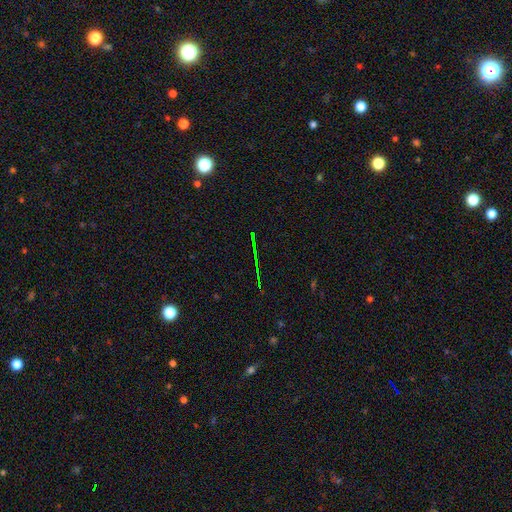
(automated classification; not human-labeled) A star or artifact, not a galaxy (73%).